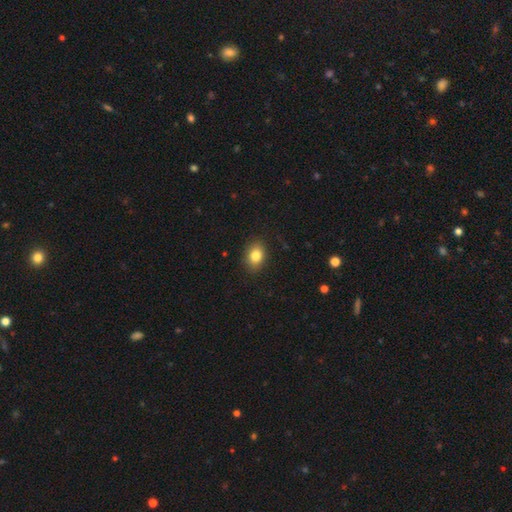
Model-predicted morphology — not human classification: Smooth or featured? Predicted: smooth (p=0.83). How rounded? Predicted: in between (p=0.72). Merging? Predicted: none (p=0.87).